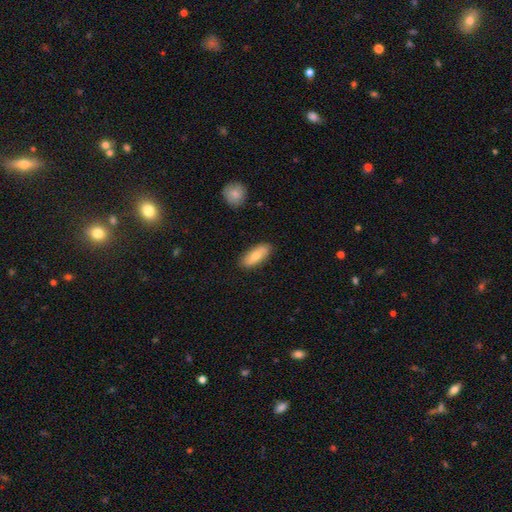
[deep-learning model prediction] Overall: smooth (71%). How rounded: in between (76%). Merging: none (87%).